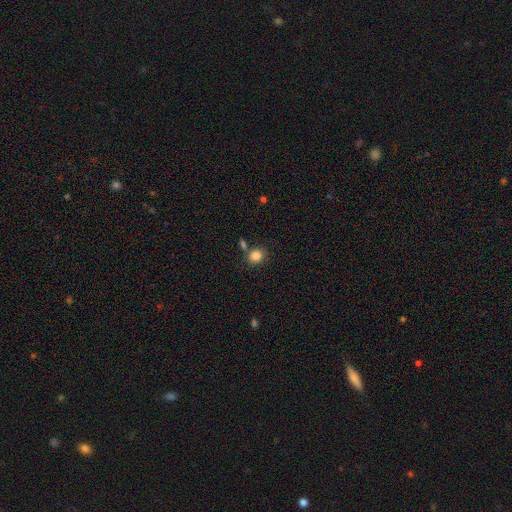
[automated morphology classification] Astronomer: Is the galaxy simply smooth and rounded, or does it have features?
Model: smooth — 85%.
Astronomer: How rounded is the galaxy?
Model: round — 67%.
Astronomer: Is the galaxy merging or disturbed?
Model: none — 72%.